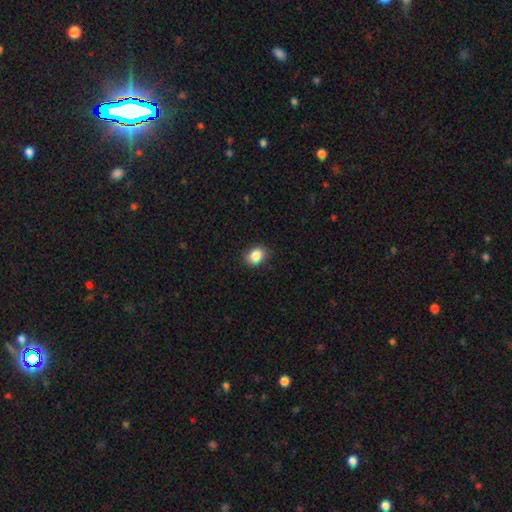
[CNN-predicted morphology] A smooth galaxy with no disk features (87%) that is in between round and cigar-shaped (56%). Merging: none (88%).